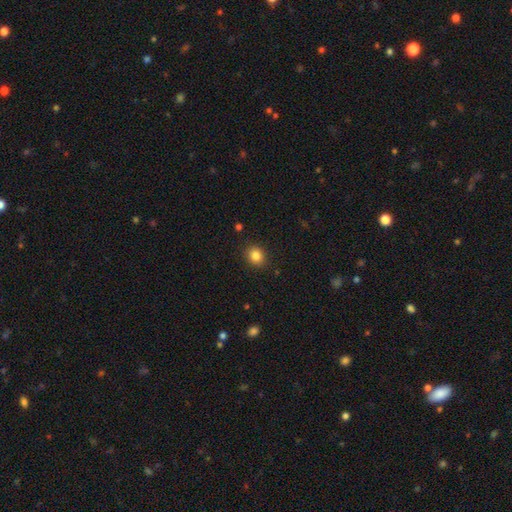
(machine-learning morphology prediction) Smooth or featured? Predicted: smooth (p=0.84). How rounded? Predicted: round (p=0.71). Merging? Predicted: none (p=0.90).